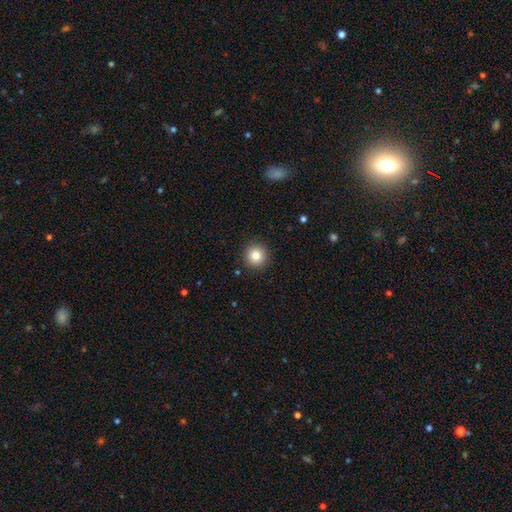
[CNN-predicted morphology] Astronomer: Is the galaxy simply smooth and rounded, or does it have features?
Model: smooth — 83%.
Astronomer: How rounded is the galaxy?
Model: round — 95%.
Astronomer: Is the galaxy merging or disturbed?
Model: none — 91%.